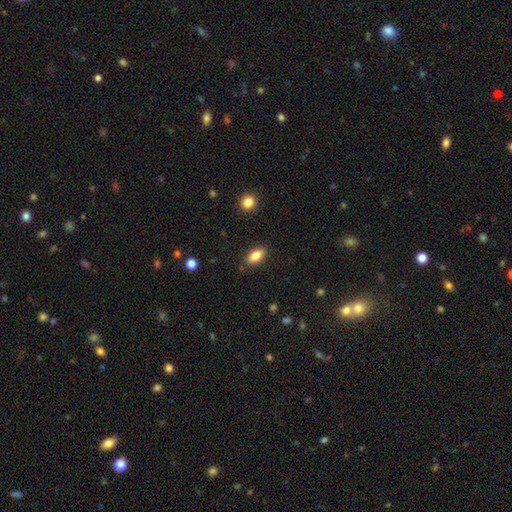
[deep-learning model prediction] Overall: smooth (84%). How rounded: in between (90%). Merging: none (85%).